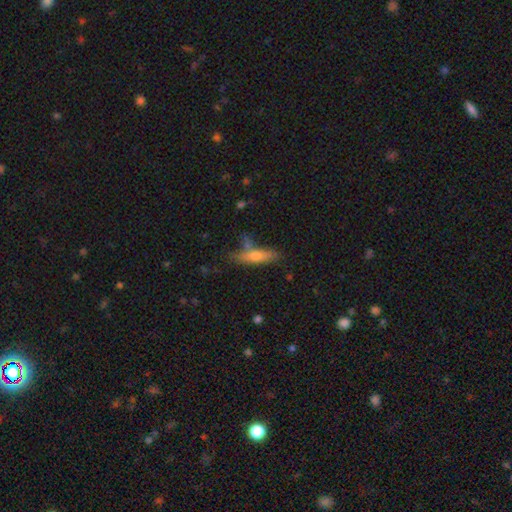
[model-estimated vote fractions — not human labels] smooth 58%, featured or disk 34%, star or artifact 8%. Down the decision tree: how rounded — cigar-shaped (70%); merging — none (65%).